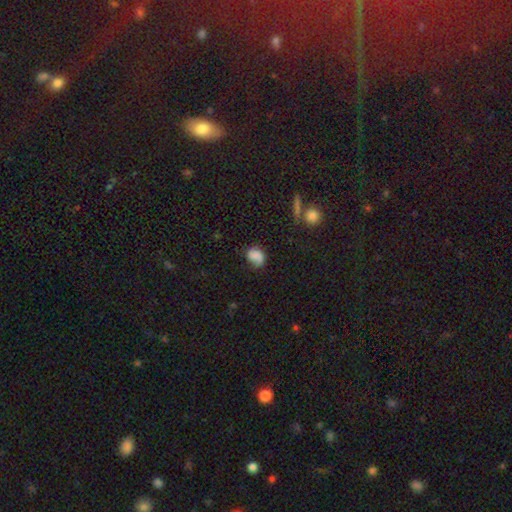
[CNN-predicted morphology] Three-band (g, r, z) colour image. It shows a smooth galaxy with no disk features (73%) that is in between round and cigar-shaped (64%). Merging: none (50%).